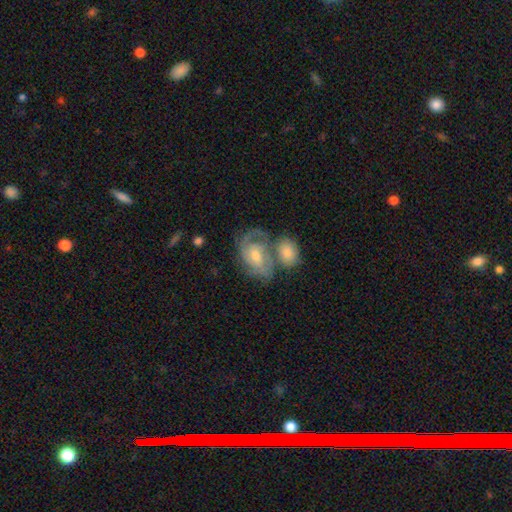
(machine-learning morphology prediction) featured or disk 53%, smooth 29%, star or artifact 18%. Down the decision tree: edge-on disk — no (88%); merging — none (43%).